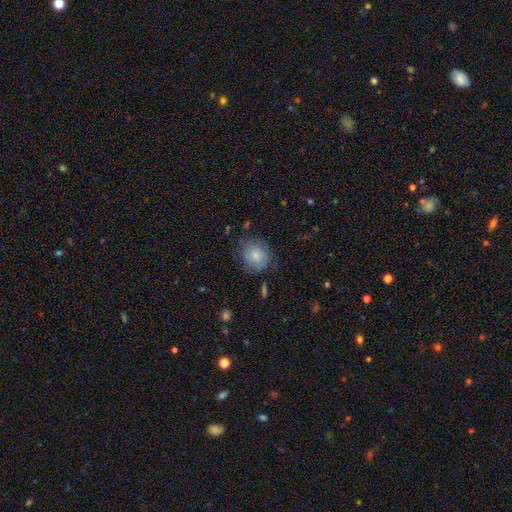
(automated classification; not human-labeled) Morphology: type=smooth (59%); roundness=round (74%); merging=none (68%).